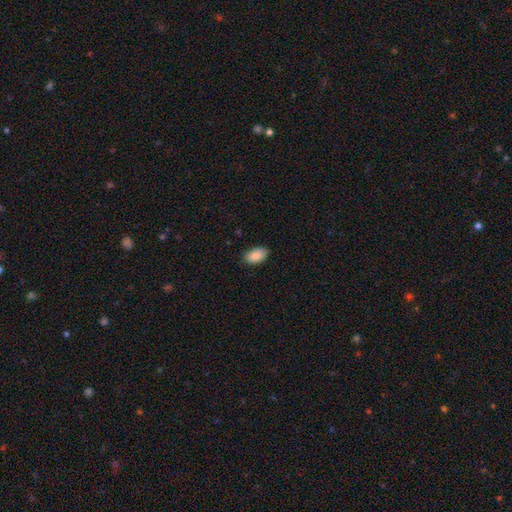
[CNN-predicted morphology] smooth 89%, star or artifact 7%, featured or disk 4%. Down the decision tree: how rounded — in between (94%); merging — none (86%).